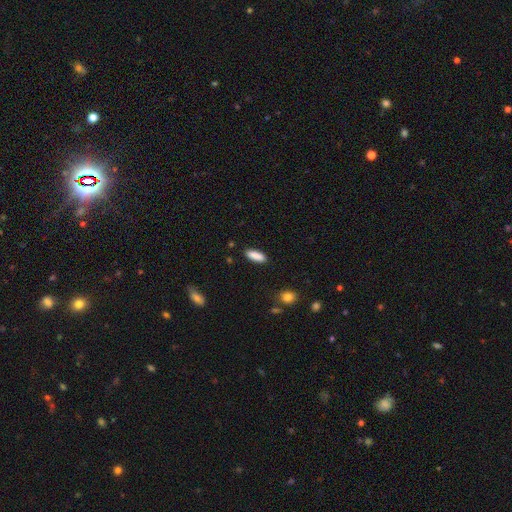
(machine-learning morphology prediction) A smooth galaxy with no disk features (88%) that is in between round and cigar-shaped (56%). Merging: none (88%).